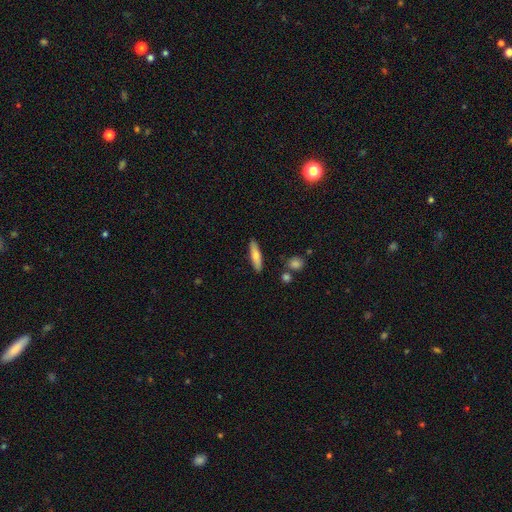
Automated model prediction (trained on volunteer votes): Morphology: type=smooth (70%); roundness=cigar-shaped (75%); merging=none (87%).